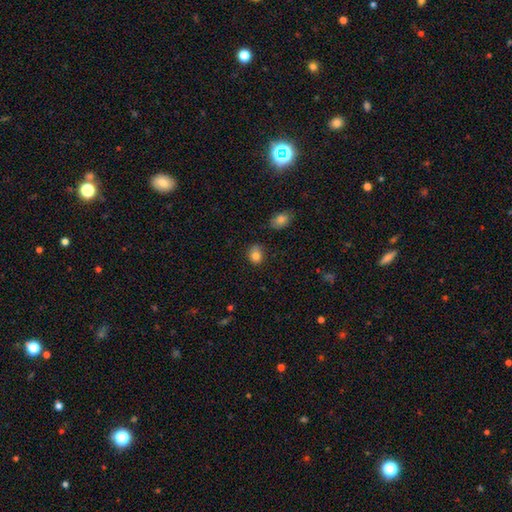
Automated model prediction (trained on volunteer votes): The model was most divided on "how rounded": in between: 50%, round: 49%, cigar-shaped: 1%. More confident: smooth or featured — smooth (83%); merging — none (76%).